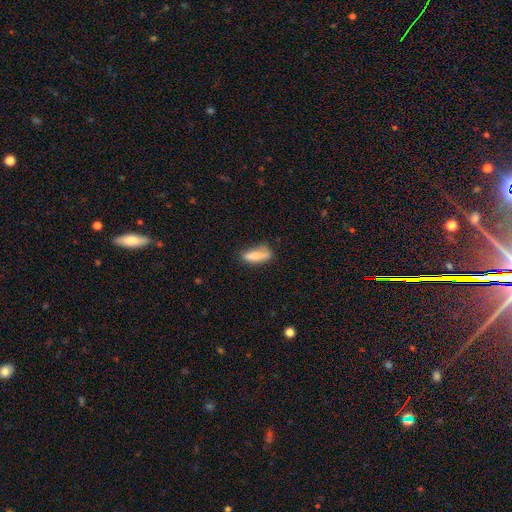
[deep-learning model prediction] smooth_or_featured: smooth (p=0.82) [alt: featured or disk p=0.11]
how_rounded: cigar-shaped (p=0.49) [alt: in between p=0.48]
merging: none (p=0.59) [alt: minor disturbance p=0.28]